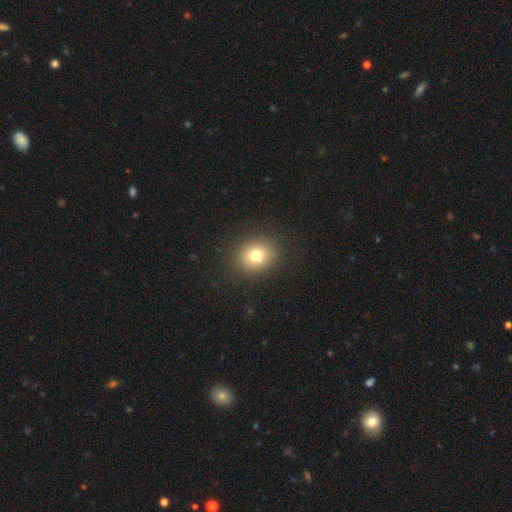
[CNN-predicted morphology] Overall: smooth (76%). How rounded: round (67%; in between 33%). Merging: none (88%).